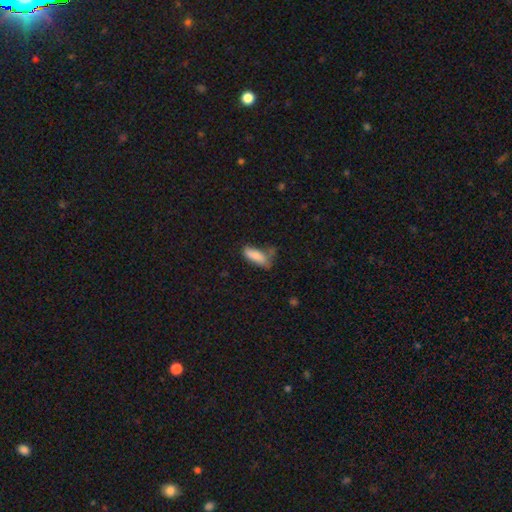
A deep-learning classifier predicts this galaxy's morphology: smooth-or-featured: smooth: 79% | featured or disk: 13% | star or artifact: 8%
  how-rounded: in between: 71% | cigar-shaped: 27% | round: 2%
  merging: none: 41% | minor disturbance: 33% | major disturbance: 16% | merger: 10%